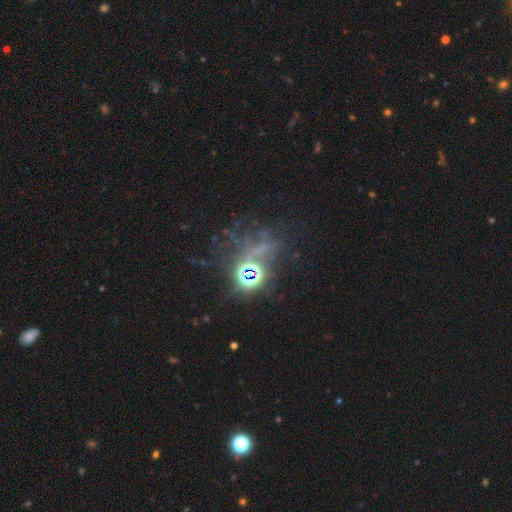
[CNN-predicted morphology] smooth-or-featured: star or artifact: 68% | featured or disk: 17% | smooth: 16%